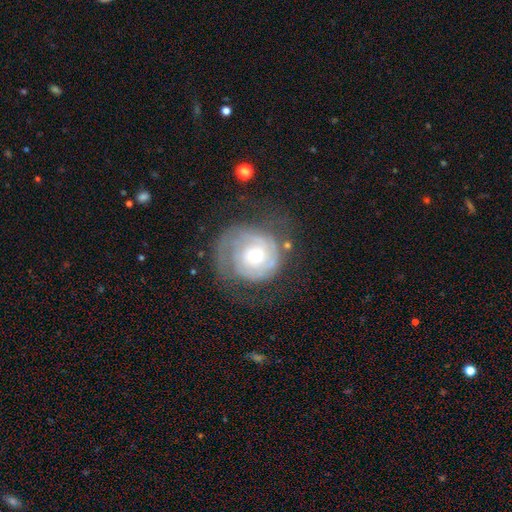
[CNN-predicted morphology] type=featured or disk (78%); edge-on=no (98%); bar=no (76%); spiral arms=yes (91%); winding=tight (66%); arm count=2 (34%); bulge=small (55%); merging=none (53%).